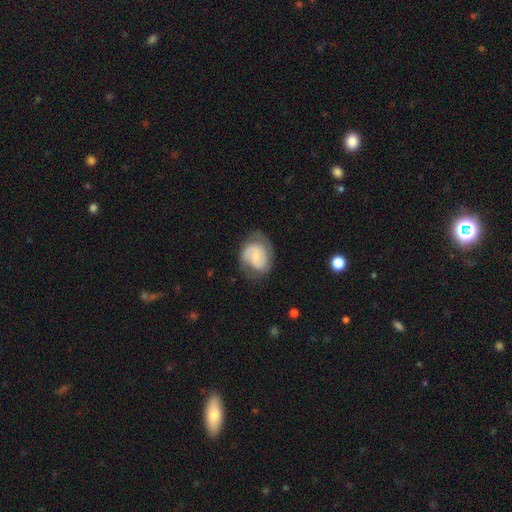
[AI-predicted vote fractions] Overall: featured or disk (66%; smooth 27%). Edge-on disk: no (98%). Bar: weak (46%; no 42%). Spiral arms: yes (89%). Spiral arm count: 2 (74%). Spiral winding: medium (45%; tight 39%). Bulge size: small (63%; moderate 25%). Merging: none (65%).